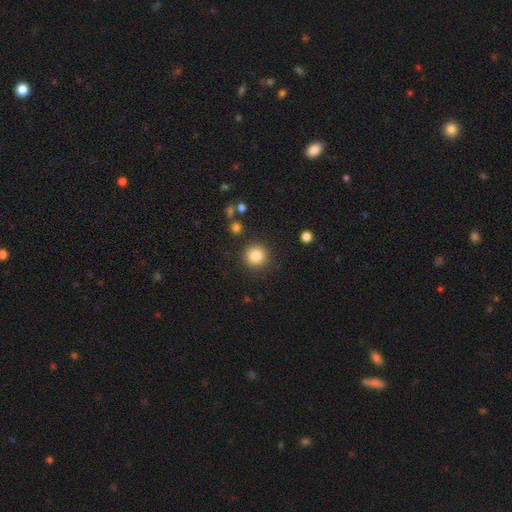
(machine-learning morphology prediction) Smooth or featured? Predicted: smooth (p=0.84). How rounded? Predicted: round (p=0.94). Merging? Predicted: none (p=0.89).